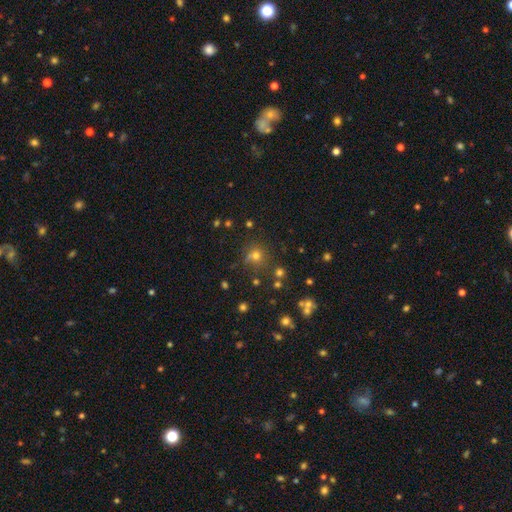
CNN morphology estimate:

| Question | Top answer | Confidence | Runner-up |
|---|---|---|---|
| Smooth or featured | smooth | 61% | star or artifact (30%) |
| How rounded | round | 89% | in between (10%) |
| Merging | none | 73% | minor disturbance (13%) |